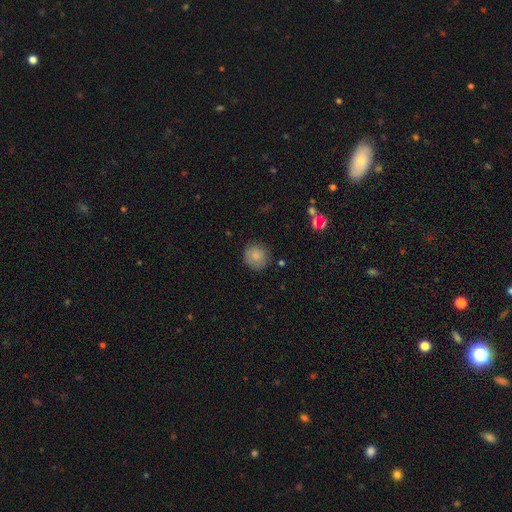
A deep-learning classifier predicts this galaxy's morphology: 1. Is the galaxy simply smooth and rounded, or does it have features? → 84% smooth, 9% star or artifact, 7% featured or disk.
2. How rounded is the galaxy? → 91% round, 8% in between, 1% cigar-shaped.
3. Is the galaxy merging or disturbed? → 83% none, 12% minor disturbance, 3% major disturbance, 2% merger.